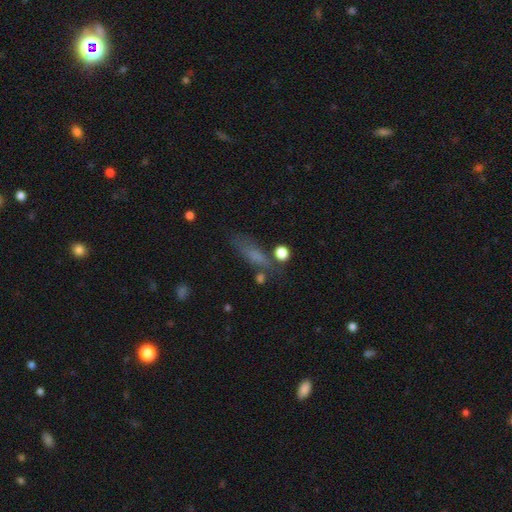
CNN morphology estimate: Q: Smooth or featured?
A: smooth (62%); runner-up: featured or disk (19%)
Q: How rounded?
A: cigar-shaped (50%); runner-up: in between (42%)
Q: Merging?
A: none (55%); runner-up: minor disturbance (21%)